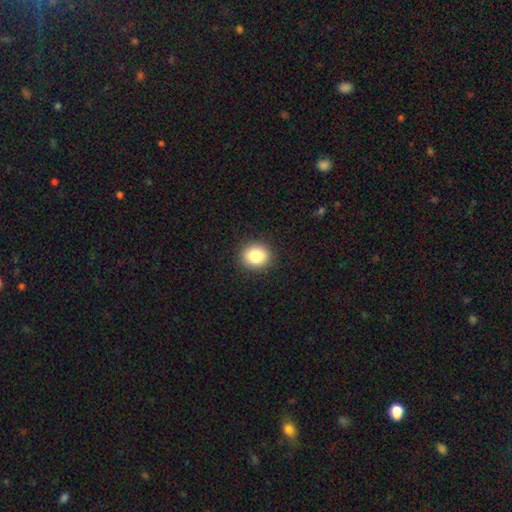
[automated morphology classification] Overall: smooth (84%). How rounded: round (79%). Merging: none (91%).